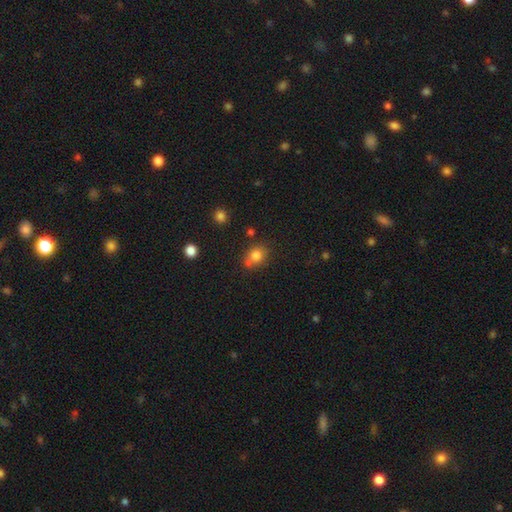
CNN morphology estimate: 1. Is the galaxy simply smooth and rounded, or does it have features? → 79% smooth, 12% star or artifact, 8% featured or disk.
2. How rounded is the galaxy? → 61% round, 38% in between, 1% cigar-shaped.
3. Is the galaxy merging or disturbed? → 58% none, 22% merger, 15% minor disturbance, 5% major disturbance.